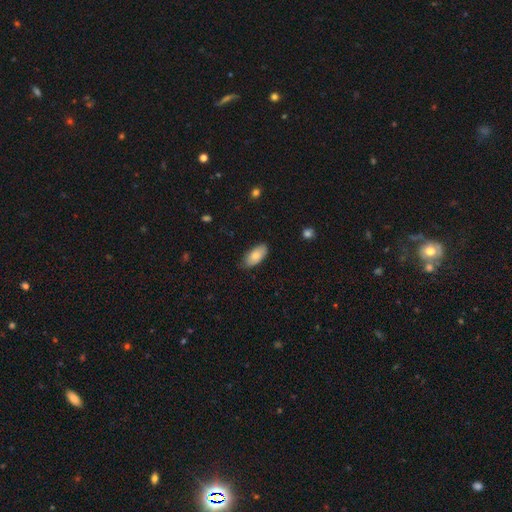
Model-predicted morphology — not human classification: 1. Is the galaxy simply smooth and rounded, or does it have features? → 79% smooth, 15% featured or disk, 6% star or artifact.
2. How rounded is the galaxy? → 91% in between, 6% cigar-shaped, 2% round.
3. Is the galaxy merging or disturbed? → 77% none, 19% minor disturbance, 3% major disturbance, 1% merger.